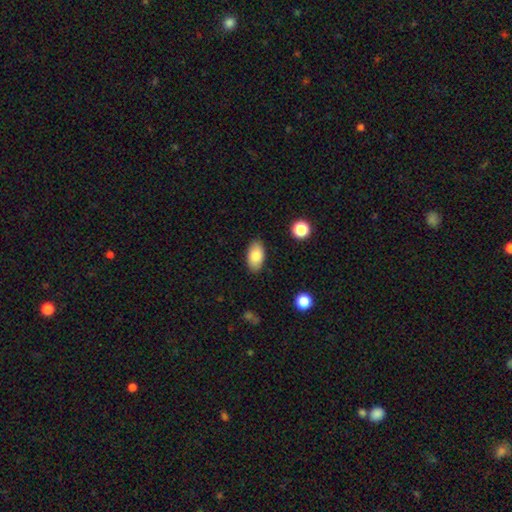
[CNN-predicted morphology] Overall: smooth (84%). How rounded: in between (94%). Merging: none (87%).